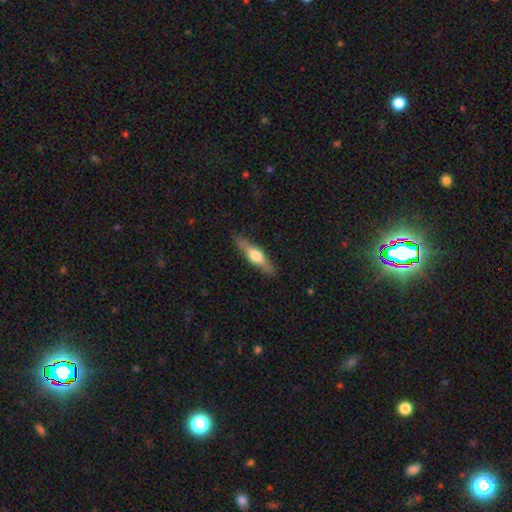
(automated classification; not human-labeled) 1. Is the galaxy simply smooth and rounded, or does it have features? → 58% featured or disk, 36% smooth, 5% star or artifact.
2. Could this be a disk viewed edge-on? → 95% yes, 5% no.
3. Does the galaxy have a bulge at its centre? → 93% rounded, 4% boxy, 2% none.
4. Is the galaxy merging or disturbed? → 88% none, 9% minor disturbance, 2% major disturbance, 1% merger.